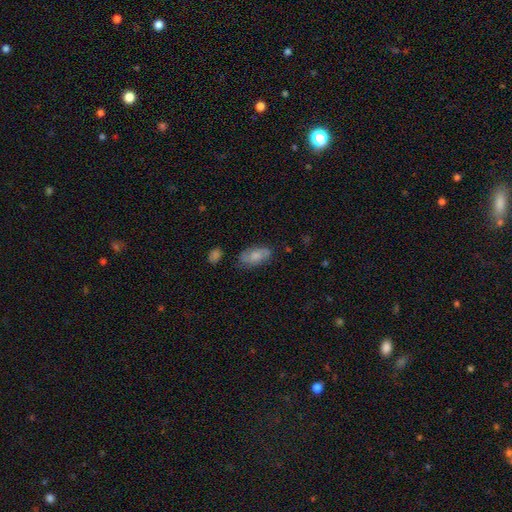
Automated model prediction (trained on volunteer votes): A smooth galaxy with no disk features (55%) that is in between round and cigar-shaped (90%).

Vote fractions:
- Smooth or featured? smooth: 55% / featured or disk: 37% / star or artifact: 8%
- How rounded? in between: 90% / cigar-shaped: 5% / round: 5%
- Merging? none: 70% / minor disturbance: 21% / major disturbance: 6% / merger: 2%